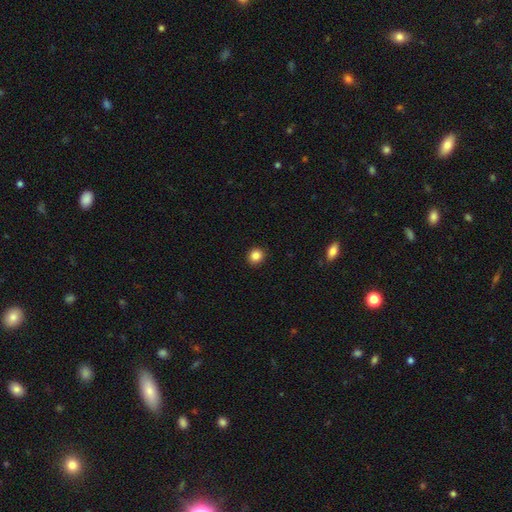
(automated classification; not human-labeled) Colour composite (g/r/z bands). It shows a smooth galaxy with no disk features (85%) that is round (88%). Merging: none (92%).